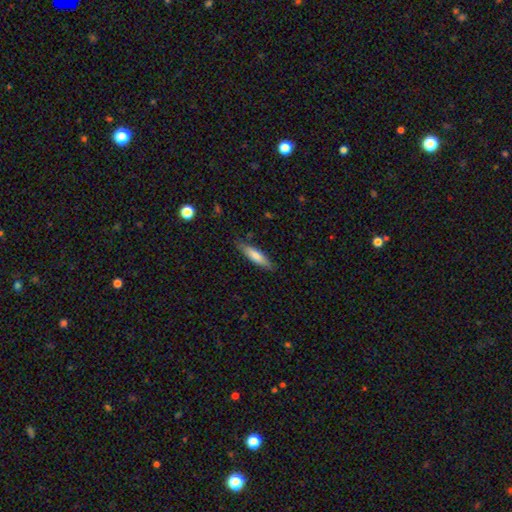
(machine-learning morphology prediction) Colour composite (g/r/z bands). It shows a smooth galaxy with no disk features (73%) that is cigar-shaped (73%). Merging: none (83%).